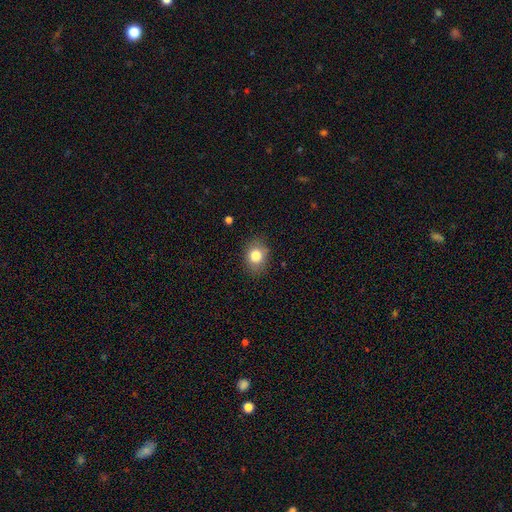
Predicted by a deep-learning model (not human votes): The model was most divided on "how rounded": round: 51%, in between: 48%, cigar-shaped: 1%. More confident: merging — none (83%); smooth or featured — smooth (81%).